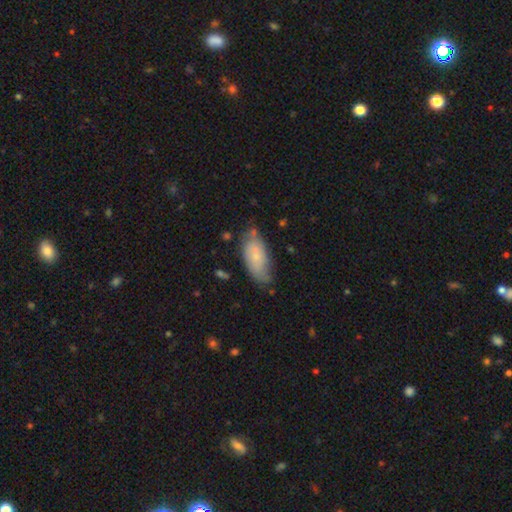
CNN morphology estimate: Smooth or featured? smooth (64%)
How rounded? in between (89%)
Merging? none (62%)